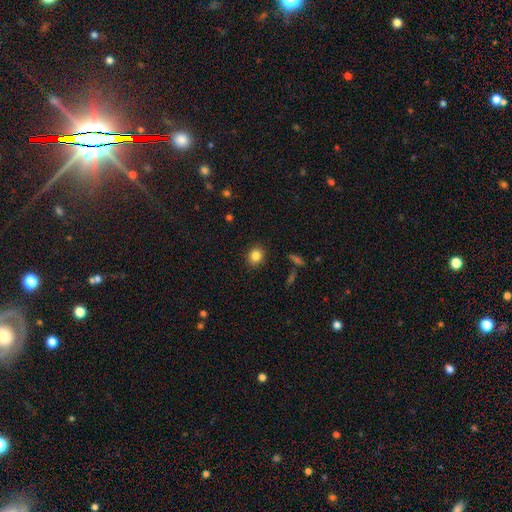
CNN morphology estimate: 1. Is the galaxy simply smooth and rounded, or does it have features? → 83% smooth, 11% star or artifact, 6% featured or disk.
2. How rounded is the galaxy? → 66% round, 33% in between, 1% cigar-shaped.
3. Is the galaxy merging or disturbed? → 89% none, 8% minor disturbance, 2% major disturbance, 1% merger.